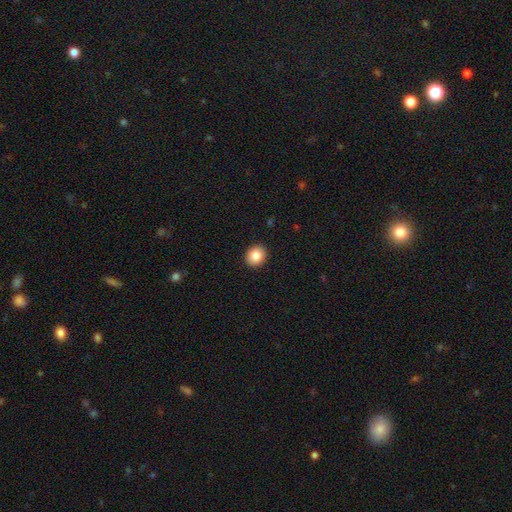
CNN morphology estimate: Smooth or featured?
  - smooth: 84% *
  - star or artifact: 9%
  - featured or disk: 7%
How rounded?
  - round: 69% *
  - in between: 30%
  - cigar-shaped: 1%
Merging?
  - none: 92% *
  - minor disturbance: 5%
  - major disturbance: 1%
  - merger: 1%